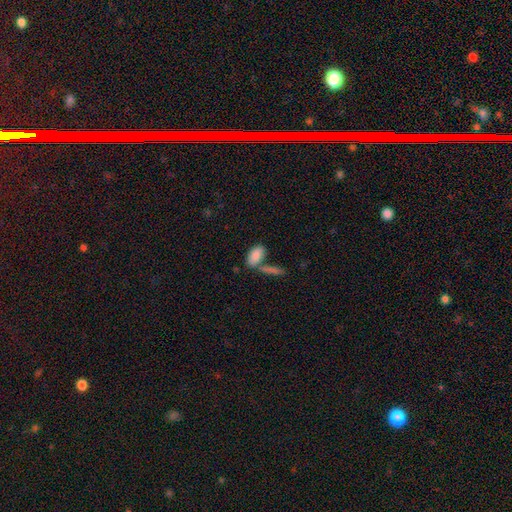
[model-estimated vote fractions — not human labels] Overall: smooth (86%). How rounded: in between (90%). Merging: none (52%; merger 31%).